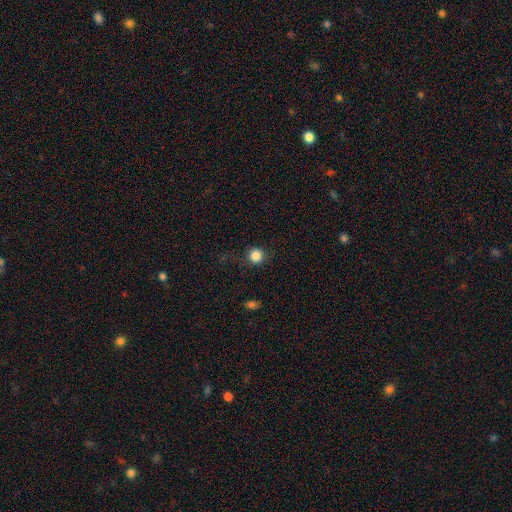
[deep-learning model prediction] Smooth or featured? Predicted: smooth (p=0.85). How rounded? Predicted: round (p=0.93). Merging? Predicted: none (p=0.83).